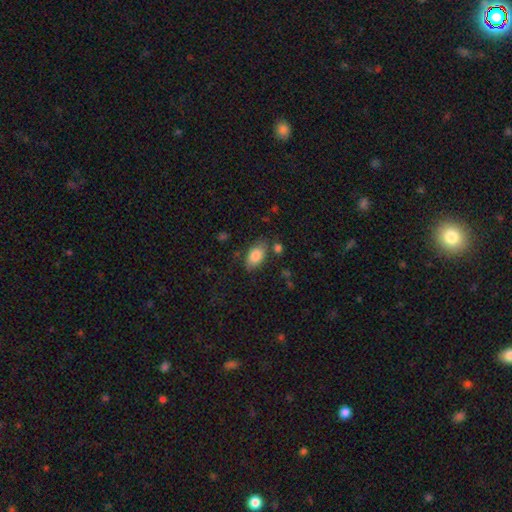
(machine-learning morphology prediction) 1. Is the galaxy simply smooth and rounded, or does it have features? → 83% smooth, 10% featured or disk, 7% star or artifact.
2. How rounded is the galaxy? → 93% in between, 5% round, 2% cigar-shaped.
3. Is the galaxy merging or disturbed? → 73% none, 16% minor disturbance, 6% merger, 5% major disturbance.